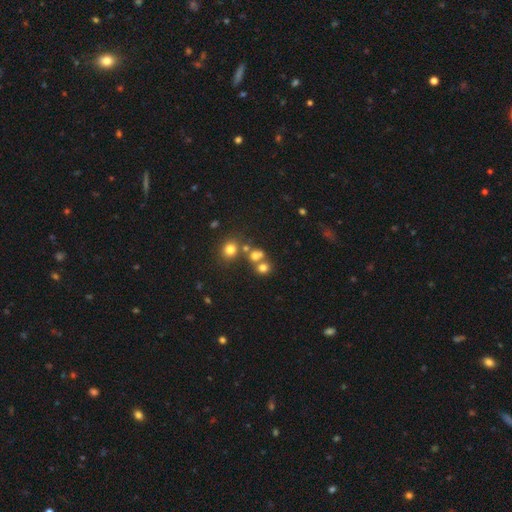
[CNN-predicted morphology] Smooth or featured: smooth — 69% (star or artifact — 19%)
How rounded: round — 73% (in between — 26%)
Merging: none — 47% (merger — 39%)